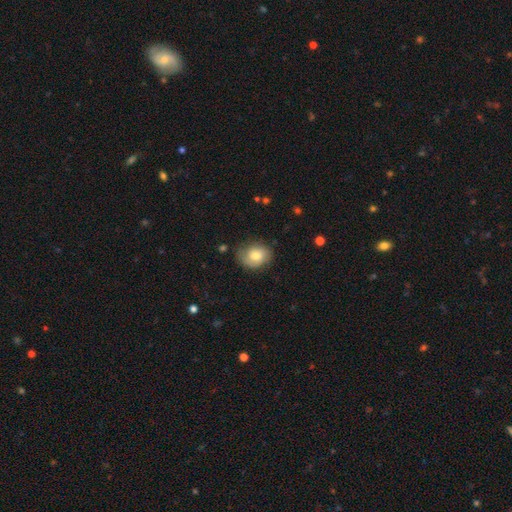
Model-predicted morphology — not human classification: A smooth galaxy with no disk features (64%) that is round (51%).

Vote fractions:
- Smooth or featured? smooth: 64% / featured or disk: 28% / star or artifact: 8%
- How rounded? round: 51% / in between: 48% / cigar-shaped: 1%
- Merging? none: 67% / minor disturbance: 24% / major disturbance: 7% / merger: 2%